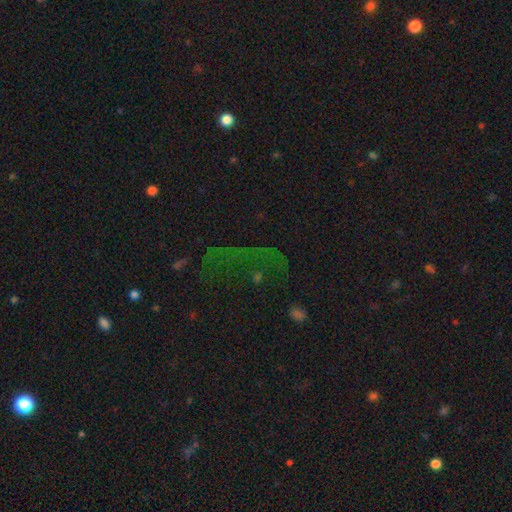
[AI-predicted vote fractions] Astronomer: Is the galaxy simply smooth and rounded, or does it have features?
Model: star or artifact — 65%.